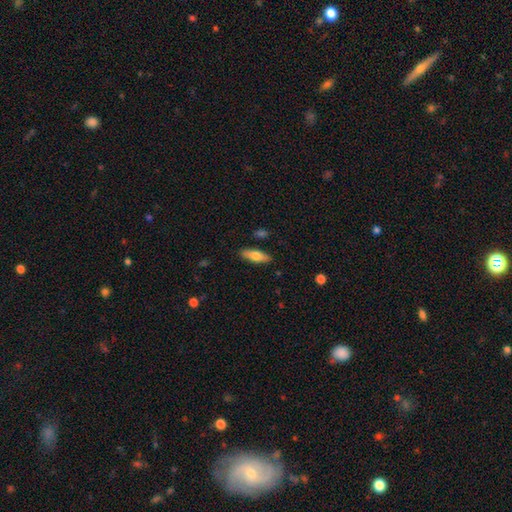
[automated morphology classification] Q: Smooth or featured?
A: smooth (68%); runner-up: featured or disk (26%)
Q: How rounded?
A: in between (60%); runner-up: cigar-shaped (38%)
Q: Merging?
A: none (87%); runner-up: minor disturbance (10%)